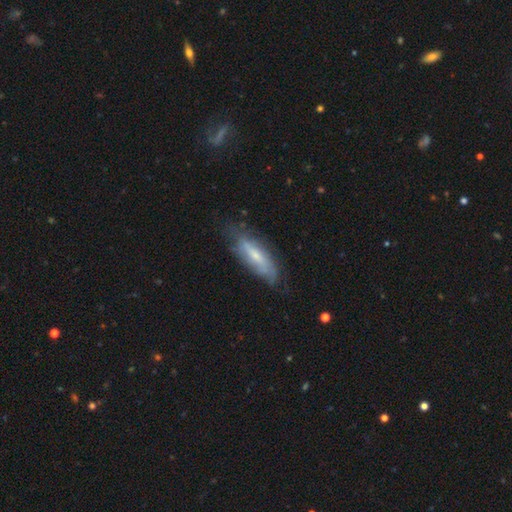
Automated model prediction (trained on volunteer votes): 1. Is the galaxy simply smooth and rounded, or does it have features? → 48% featured or disk, 45% smooth, 7% star or artifact.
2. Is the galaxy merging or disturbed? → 66% none, 25% minor disturbance, 8% major disturbance, 2% merger.